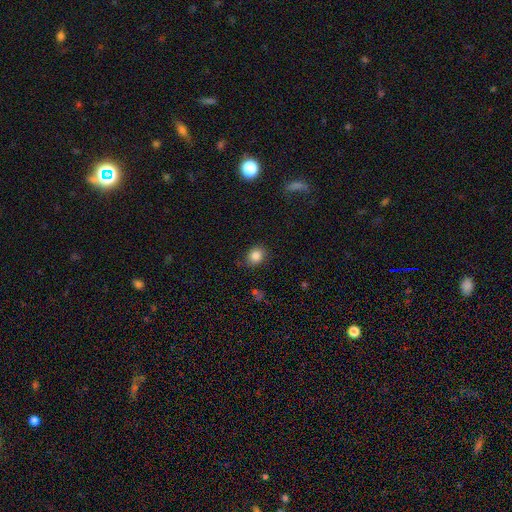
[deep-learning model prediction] This appears to be a smooth galaxy with no disk features (85%) that is round (64%). Merging: none (83%).